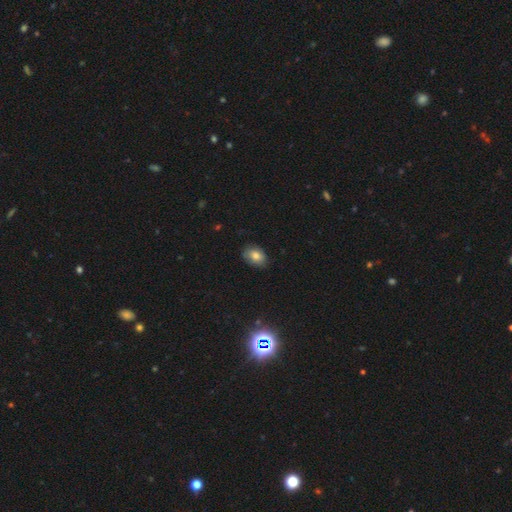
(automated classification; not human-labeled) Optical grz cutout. It shows a smooth galaxy with no disk features (77%) that is in between round and cigar-shaped (81%). Merging: none (81%).